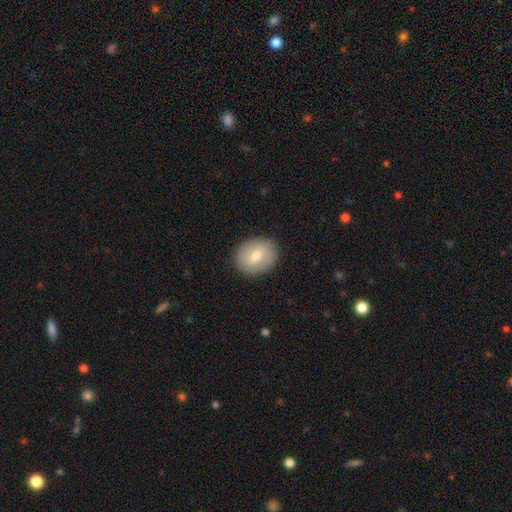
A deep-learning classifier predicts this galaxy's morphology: smooth_or_featured: smooth (p=0.70) [alt: featured or disk p=0.22]
how_rounded: round (p=0.58) [alt: in between p=0.41]
merging: none (p=0.89) [alt: minor disturbance p=0.08]